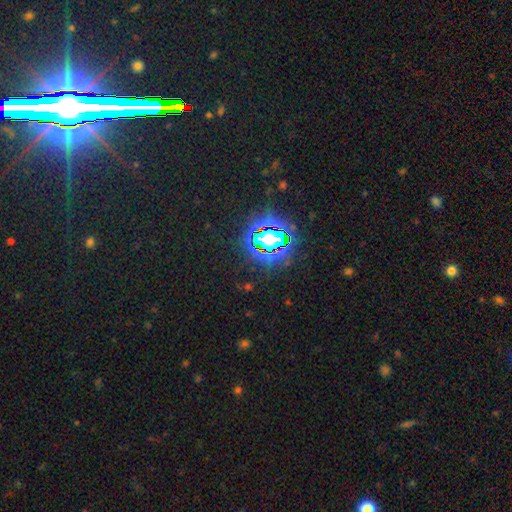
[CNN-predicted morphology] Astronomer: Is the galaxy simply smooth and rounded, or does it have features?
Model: star or artifact — 84%.